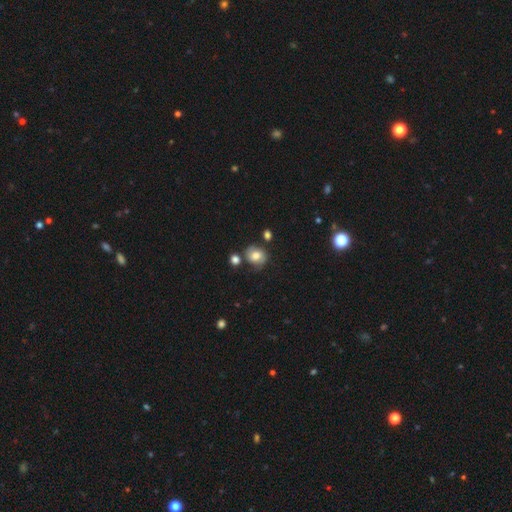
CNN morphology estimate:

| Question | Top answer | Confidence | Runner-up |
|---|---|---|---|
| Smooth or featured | smooth | 61% | featured or disk (28%) |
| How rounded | round | 71% | in between (28%) |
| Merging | none | 69% | minor disturbance (18%) |